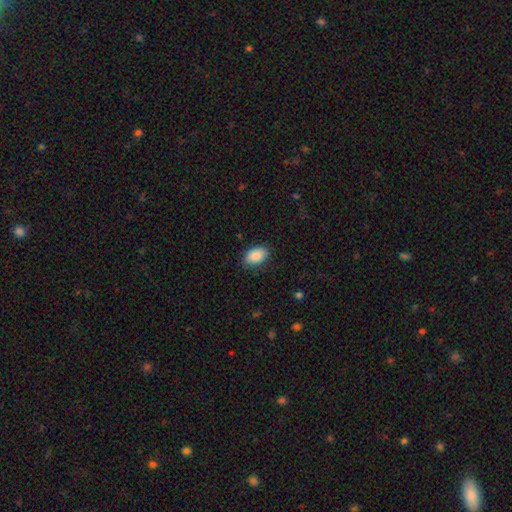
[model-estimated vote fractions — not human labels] Smooth or featured? Predicted: smooth (p=0.89). How rounded? Predicted: in between (p=0.90). Merging? Predicted: none (p=0.82).